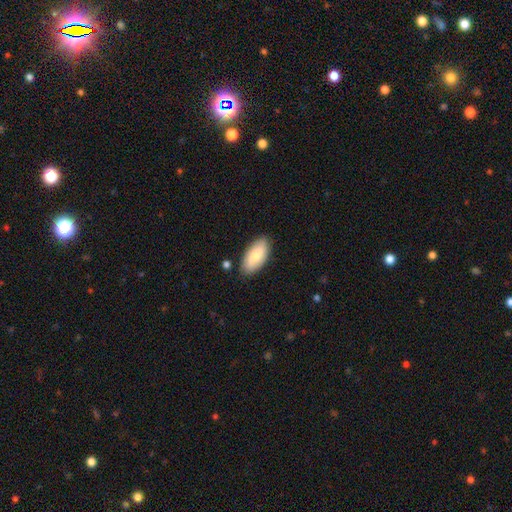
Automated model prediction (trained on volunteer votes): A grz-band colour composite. It shows a smooth galaxy with no disk features (75%) that is in between round and cigar-shaped (91%). Merging: none (85%).